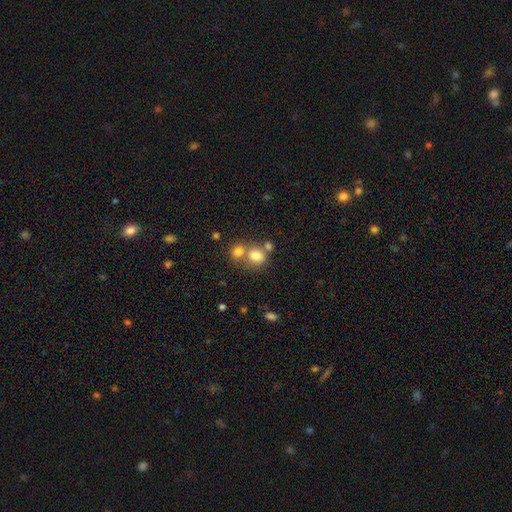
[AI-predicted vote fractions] A smooth galaxy with no disk features (76%) that is round (70%). Merging: merger (44%).